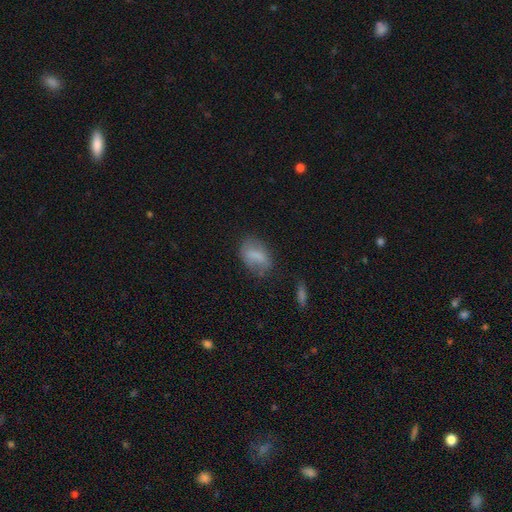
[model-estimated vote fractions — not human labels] This is likely a smooth galaxy (67%). How rounded: clearly in between (83%). Merging: possibly none (56%).